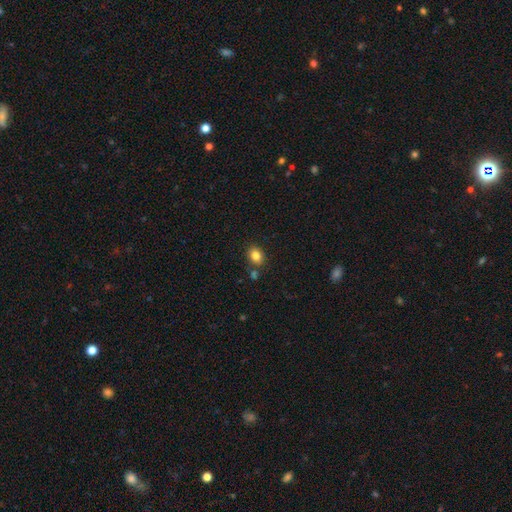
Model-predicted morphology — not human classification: Q: Smooth or featured?
A: smooth (84%); runner-up: star or artifact (10%)
Q: How rounded?
A: in between (58%); runner-up: round (41%)
Q: Merging?
A: none (78%); runner-up: minor disturbance (11%)